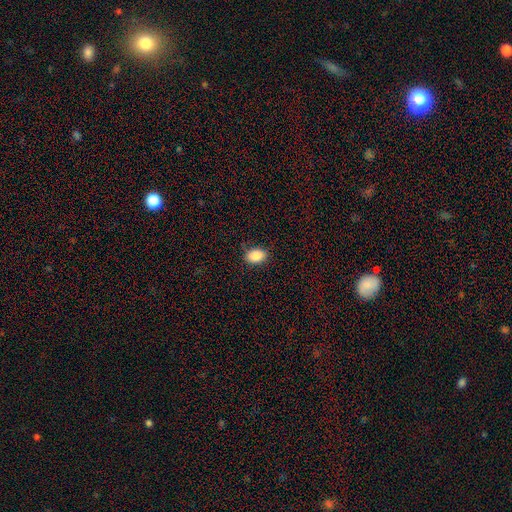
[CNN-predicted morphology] The model was most divided on "how rounded": in between: 86%, round: 12%, cigar-shaped: 1%. More confident: smooth or featured — smooth (88%); merging — none (86%).